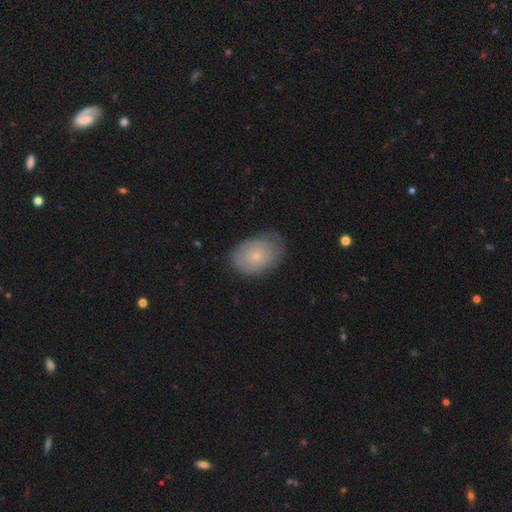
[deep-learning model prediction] A smooth galaxy with no disk features (68%) that is in between round and cigar-shaped (79%). Merging: none (65%).